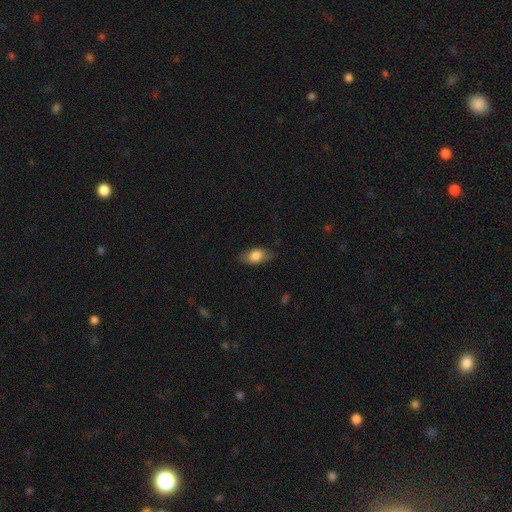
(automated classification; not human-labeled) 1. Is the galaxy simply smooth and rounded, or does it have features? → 78% smooth, 16% featured or disk, 7% star or artifact.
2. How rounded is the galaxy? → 86% in between, 8% round, 6% cigar-shaped.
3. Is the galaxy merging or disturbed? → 77% none, 17% minor disturbance, 5% major disturbance, 1% merger.